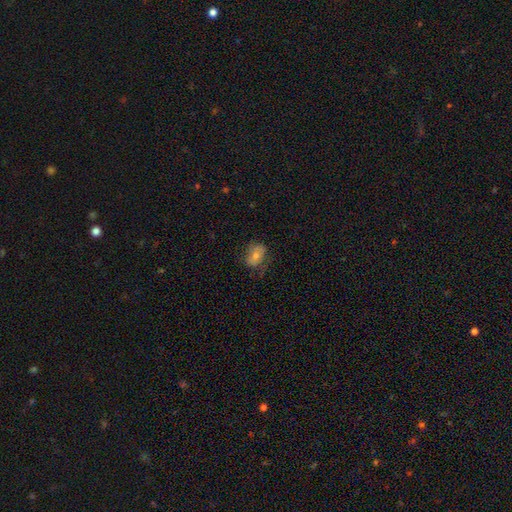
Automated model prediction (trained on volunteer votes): Morphology: type=smooth (53%); roundness=in between (64%); merging=none (65%).